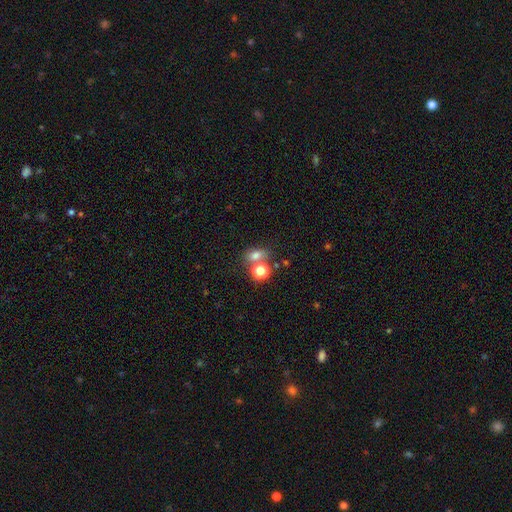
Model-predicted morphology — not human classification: Smooth or featured: smooth — 72% (star or artifact — 18%)
How rounded: in between — 59% (round — 39%)
Merging: none — 55% (merger — 29%)